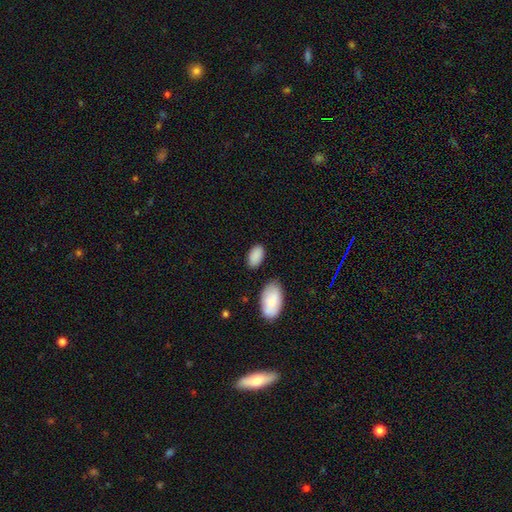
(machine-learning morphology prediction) This is clearly a smooth galaxy (89%). How rounded: clearly in between (94%). Merging: likely none (79%).